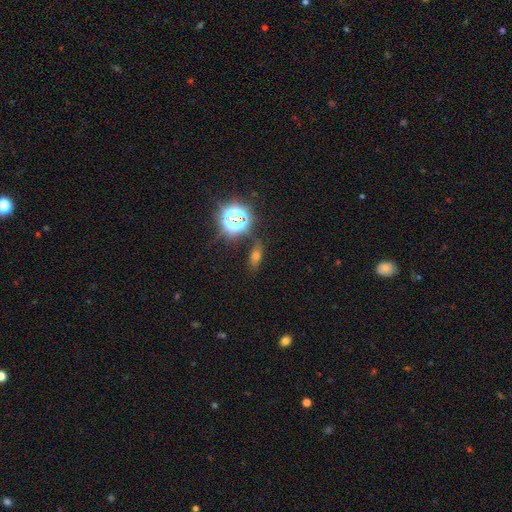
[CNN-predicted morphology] Smooth or featured? smooth (42%)
Merging? none (79%)